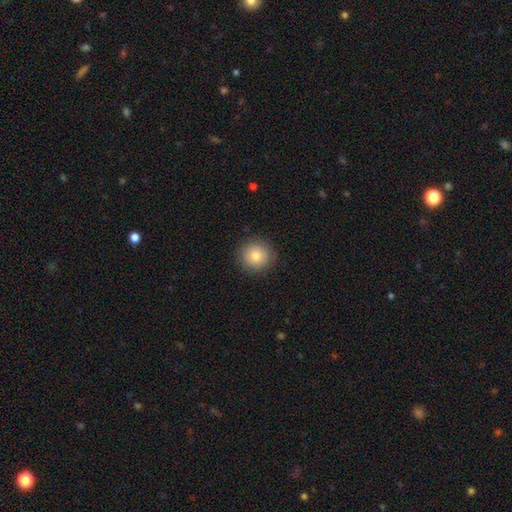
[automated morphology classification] This is clearly a smooth galaxy (82%). How rounded: clearly round (94%). Merging: clearly none (91%).